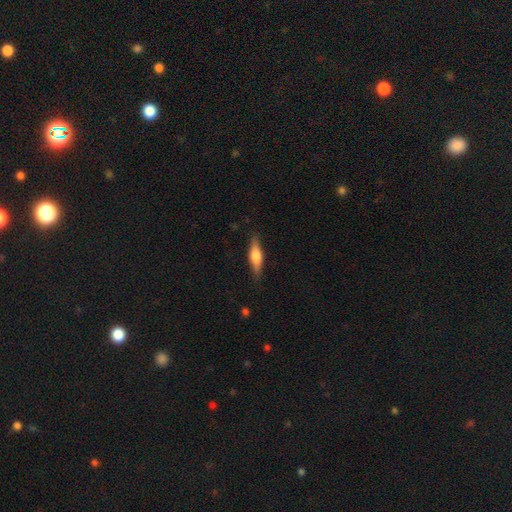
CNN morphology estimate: smooth 55%, featured or disk 39%, star or artifact 6%. Down the decision tree: how rounded — cigar-shaped (64%); merging — none (84%).